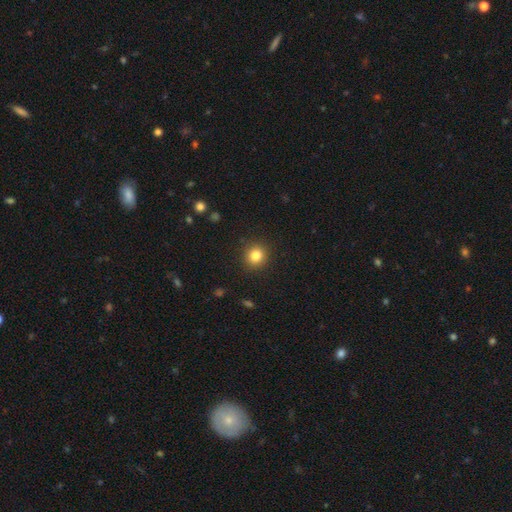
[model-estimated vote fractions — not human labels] A smooth galaxy with no disk features (83%) that is round (87%).

Vote fractions:
- Smooth or featured? smooth: 83% / star or artifact: 11% / featured or disk: 5%
- How rounded? round: 87% / in between: 12% / cigar-shaped: 1%
- Merging? none: 90% / minor disturbance: 6% / major disturbance: 2% / merger: 1%